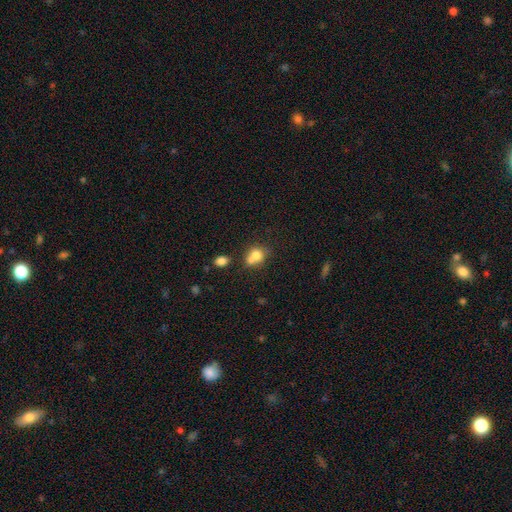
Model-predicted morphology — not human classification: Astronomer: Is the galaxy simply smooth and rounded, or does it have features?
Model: smooth — 74%.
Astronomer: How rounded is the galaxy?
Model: round — 64%.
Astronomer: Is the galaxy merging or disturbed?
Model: merger — 52% (runner-up: none, 34%).